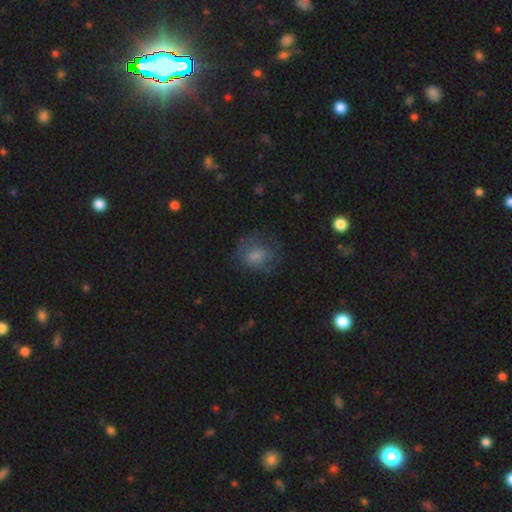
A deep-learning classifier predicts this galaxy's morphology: Smooth or featured: smooth — 62% (featured or disk — 22%)
How rounded: round — 63% (in between — 35%)
Merging: none — 62% (minor disturbance — 21%)